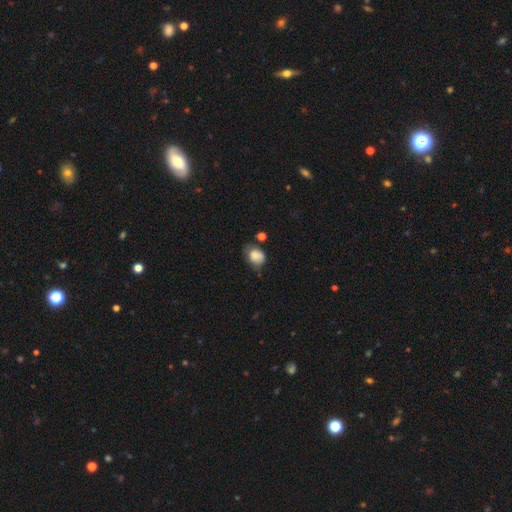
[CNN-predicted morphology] This appears to be a smooth galaxy with no disk features (79%) that is in between round and cigar-shaped (53%). Merging: none (42%).